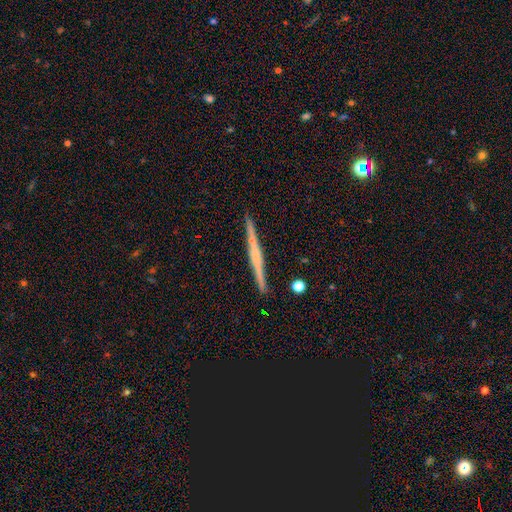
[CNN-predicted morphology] A featured or disk galaxy (69%) viewed edge-on (98%) with no central bulge (47%). Merging: none (91%).